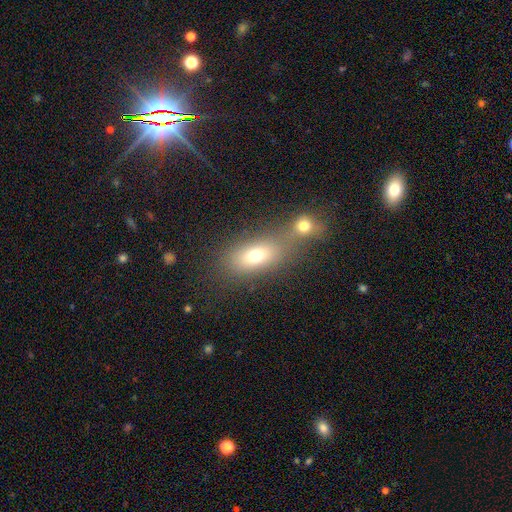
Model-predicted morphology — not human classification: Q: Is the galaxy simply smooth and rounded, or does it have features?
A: smooth — 72%.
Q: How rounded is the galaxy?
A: in between — 78%.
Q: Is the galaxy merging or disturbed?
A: merger — 44%.